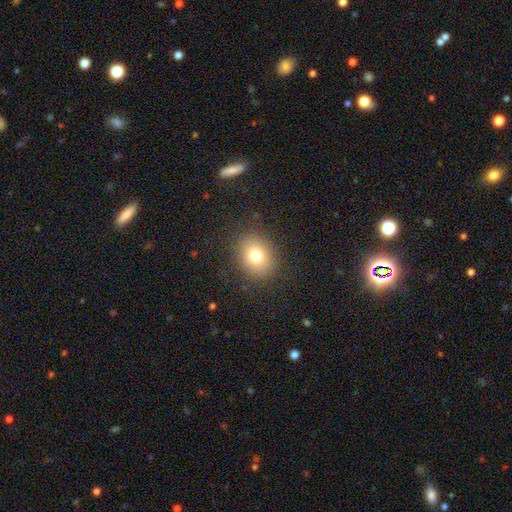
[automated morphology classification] Smooth or featured? smooth (76%)
How rounded? round (61%)
Merging? none (86%)